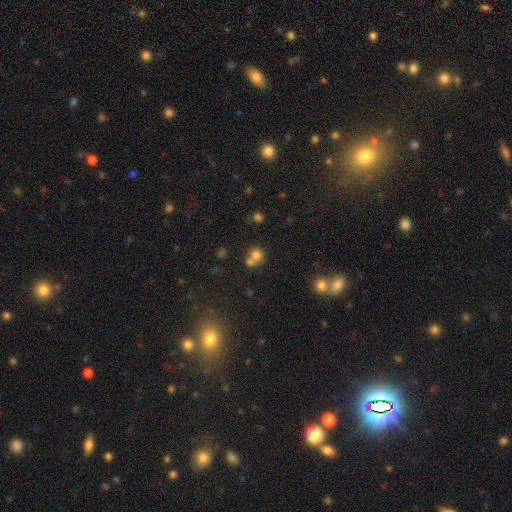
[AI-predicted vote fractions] Q: Smooth or featured?
A: smooth (75%); runner-up: star or artifact (14%)
Q: How rounded?
A: round (80%); runner-up: in between (19%)
Q: Merging?
A: merger (47%); runner-up: none (42%)